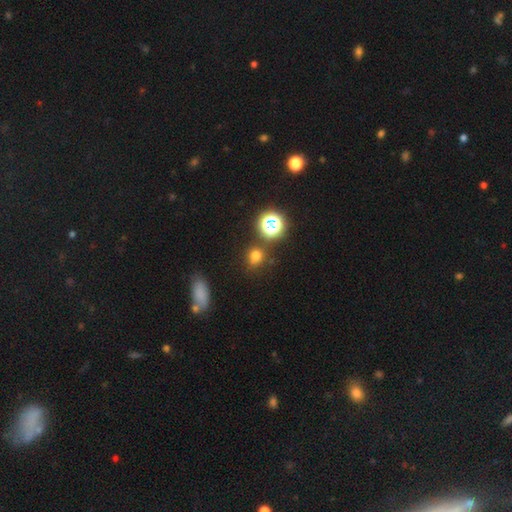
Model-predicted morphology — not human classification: Smooth or featured: smooth — 70% (star or artifact — 23%)
How rounded: round — 78% (in between — 21%)
Merging: none — 78% (minor disturbance — 11%)